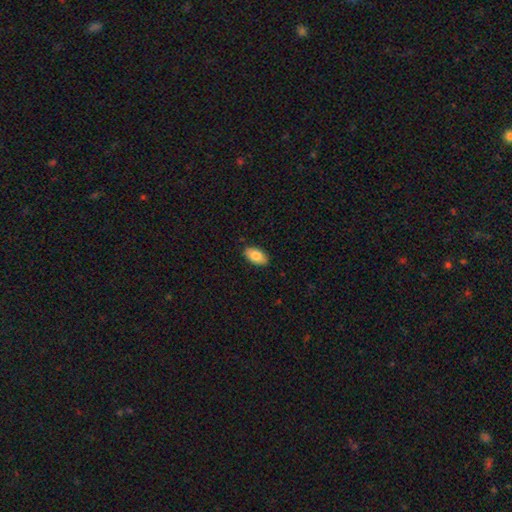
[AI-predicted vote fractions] smooth-or-featured: smooth: 83% | featured or disk: 11% | star or artifact: 7%
  how-rounded: in between: 94% | round: 4% | cigar-shaped: 3%
  merging: none: 88% | minor disturbance: 9% | major disturbance: 2% | merger: 1%